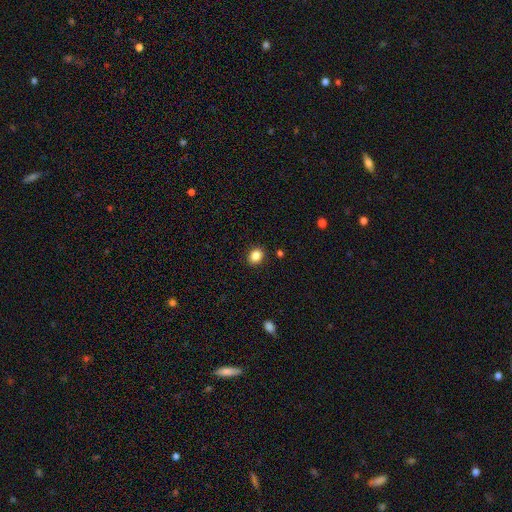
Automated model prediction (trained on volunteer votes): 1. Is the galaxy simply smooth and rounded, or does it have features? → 86% smooth, 10% star or artifact, 4% featured or disk.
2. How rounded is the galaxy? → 53% round, 46% in between, 1% cigar-shaped.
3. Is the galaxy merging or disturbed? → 90% none, 7% minor disturbance, 2% major disturbance, 1% merger.